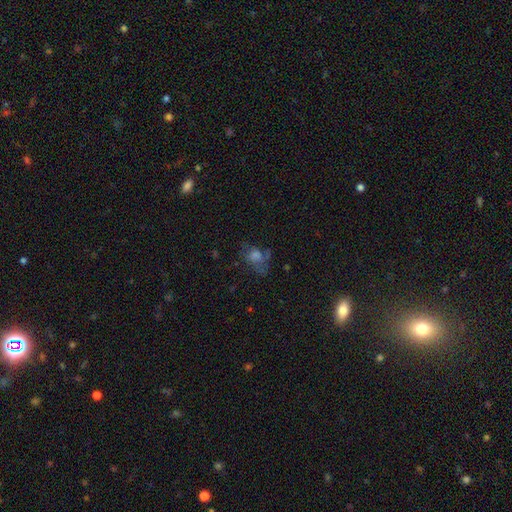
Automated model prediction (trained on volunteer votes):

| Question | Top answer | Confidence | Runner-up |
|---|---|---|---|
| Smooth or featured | smooth | 38% | featured or disk (35%) |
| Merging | none | 48% | major disturbance (27%) |